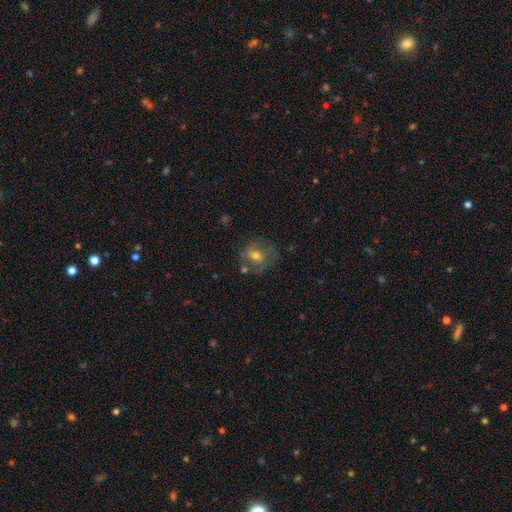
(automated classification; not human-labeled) Smooth or featured? smooth (49%)
Merging? none (64%)